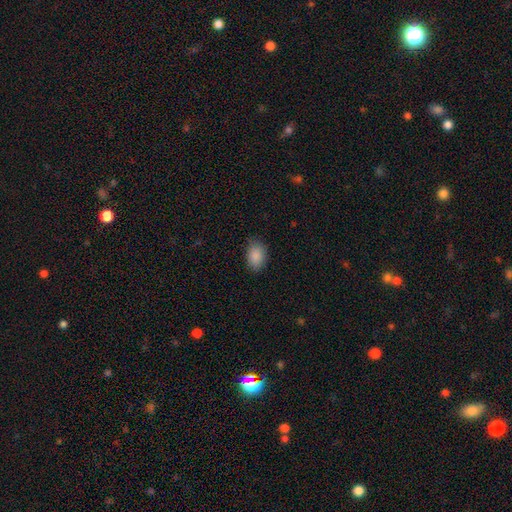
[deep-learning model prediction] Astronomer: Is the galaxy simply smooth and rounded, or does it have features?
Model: smooth — 89%.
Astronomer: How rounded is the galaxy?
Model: in between — 86%.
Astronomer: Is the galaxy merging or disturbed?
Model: none — 84%.